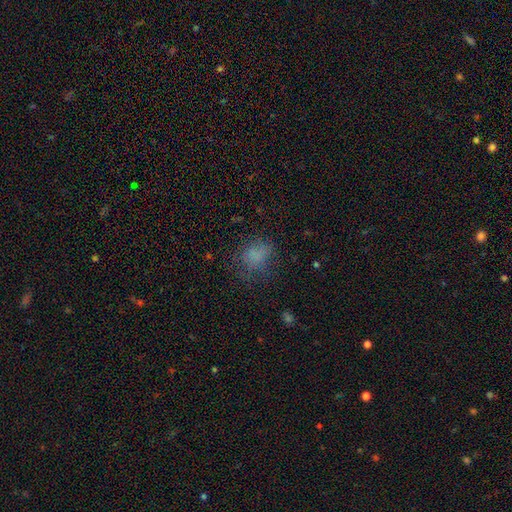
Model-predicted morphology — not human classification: type=smooth (68%); roundness=in between (51%); merging=none (55%).